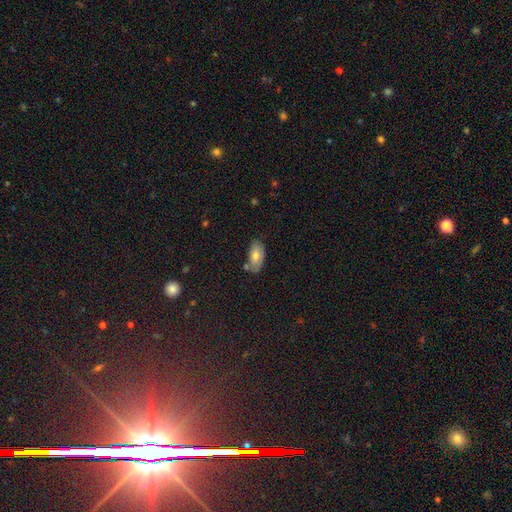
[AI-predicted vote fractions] Smooth or featured?
  - smooth: 72% *
  - featured or disk: 20%
  - star or artifact: 8%
How rounded?
  - in between: 92% *
  - cigar-shaped: 5%
  - round: 4%
Merging?
  - none: 66% *
  - minor disturbance: 22%
  - merger: 7%
  - major disturbance: 4%